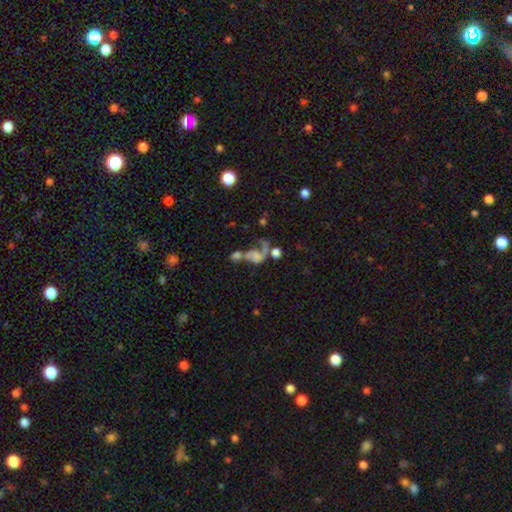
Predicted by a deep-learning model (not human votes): Morphology: type=featured or disk (49%); merging=merger (52%).